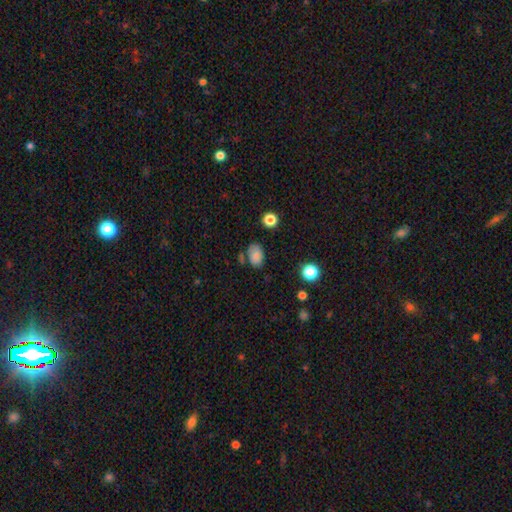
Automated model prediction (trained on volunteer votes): smooth-or-featured: smooth: 79% | star or artifact: 11% | featured or disk: 10%
  how-rounded: in between: 85% | round: 14% | cigar-shaped: 1%
  merging: none: 65% | minor disturbance: 21% | merger: 8% | major disturbance: 6%